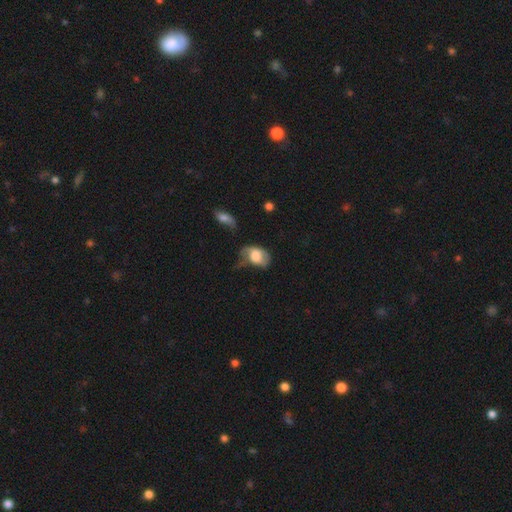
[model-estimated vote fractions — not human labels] smooth-or-featured: smooth: 66% | featured or disk: 26% | star or artifact: 8%
  how-rounded: in between: 82% | round: 17% | cigar-shaped: 1%
  merging: minor disturbance: 34% | major disturbance: 33% | none: 26% | merger: 7%